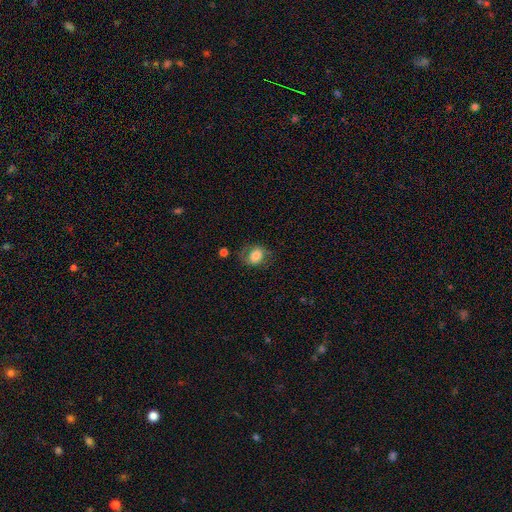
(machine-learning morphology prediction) A smooth galaxy with no disk features (73%) that is in between round and cigar-shaped (56%).

Vote fractions:
- Smooth or featured? smooth: 73% / featured or disk: 19% / star or artifact: 9%
- How rounded? in between: 56% / round: 43% / cigar-shaped: 1%
- Merging? none: 58% / minor disturbance: 24% / major disturbance: 15% / merger: 3%